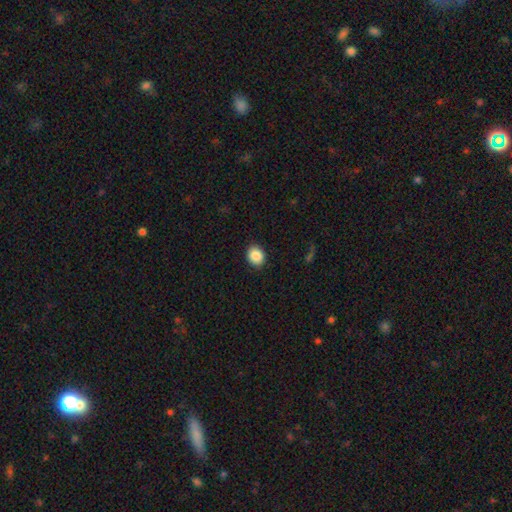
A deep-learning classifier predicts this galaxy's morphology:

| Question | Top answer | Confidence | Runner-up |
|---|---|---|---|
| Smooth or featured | smooth | 88% | star or artifact (8%) |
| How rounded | round | 57% | in between (42%) |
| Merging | none | 89% | minor disturbance (8%) |